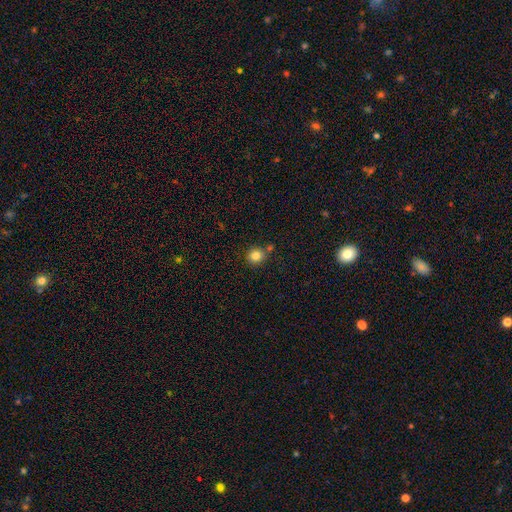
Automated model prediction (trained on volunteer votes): This appears to be a smooth galaxy with no disk features (83%) that is round (91%). Merging: none (76%).